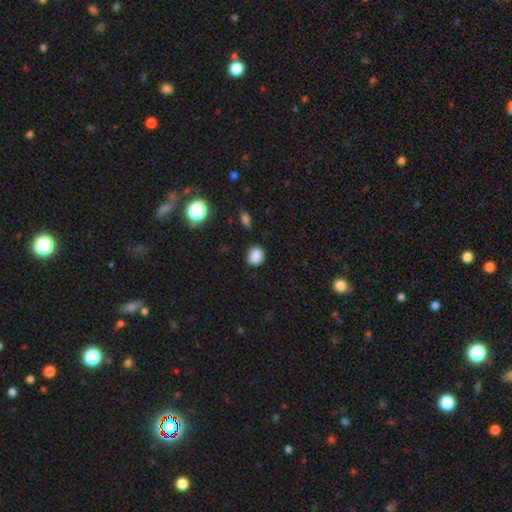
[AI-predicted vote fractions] Overall: smooth (84%). How rounded: round (72%). Merging: none (76%).